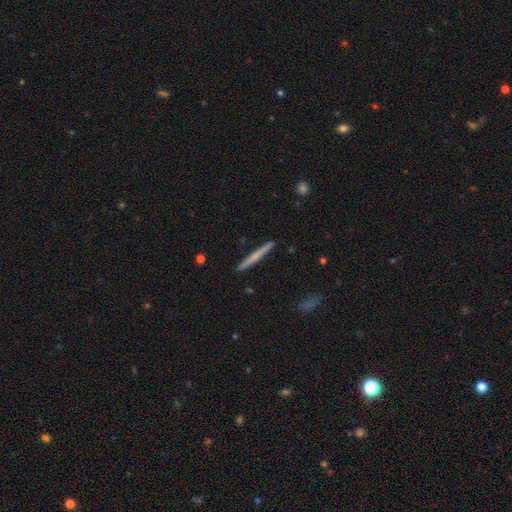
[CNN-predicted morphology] This appears to be a smooth galaxy with no disk features (56%) that is cigar-shaped (97%). Merging: none (92%).